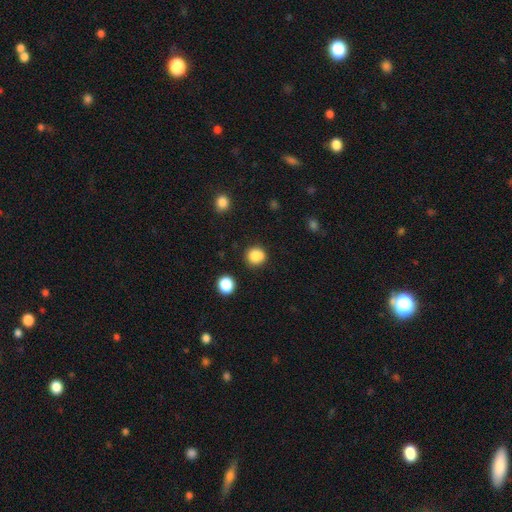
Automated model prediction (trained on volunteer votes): Smooth or featured: smooth — 84% (star or artifact — 11%)
How rounded: round — 87% (in between — 12%)
Merging: none — 76% (minor disturbance — 14%)